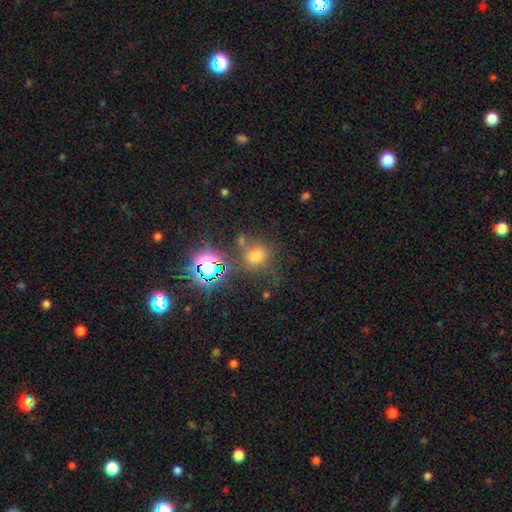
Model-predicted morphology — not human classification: Q: Smooth or featured?
A: smooth (62%); runner-up: star or artifact (29%)
Q: How rounded?
A: round (72%); runner-up: in between (27%)
Q: Merging?
A: none (66%); runner-up: minor disturbance (14%)